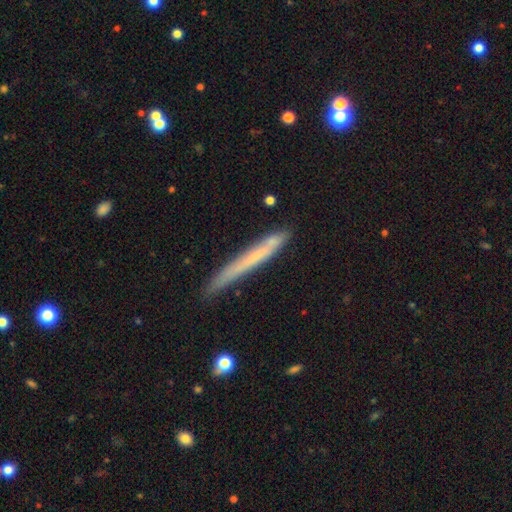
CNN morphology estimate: Overall: smooth (52%; featured or disk 41%). How rounded: cigar-shaped (97%). Merging: none (77%).